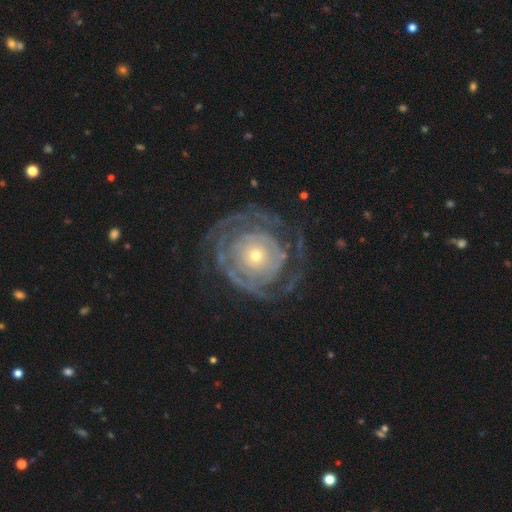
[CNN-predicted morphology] This appears to be a featured or disk galaxy (83%) with no bar (84%), tight (76%) spiral arms (86%) and a small central bulge (67%). Merging: none (66%).